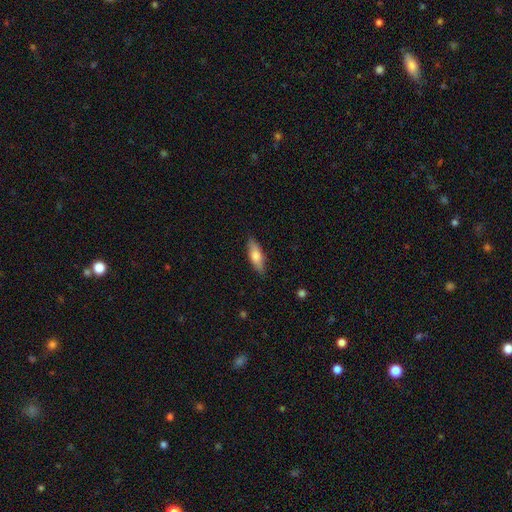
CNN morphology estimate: smooth-or-featured: smooth: 68% | featured or disk: 26% | star or artifact: 6%
  how-rounded: in between: 55% | cigar-shaped: 43% | round: 2%
  merging: none: 86% | minor disturbance: 11% | major disturbance: 2% | merger: 1%